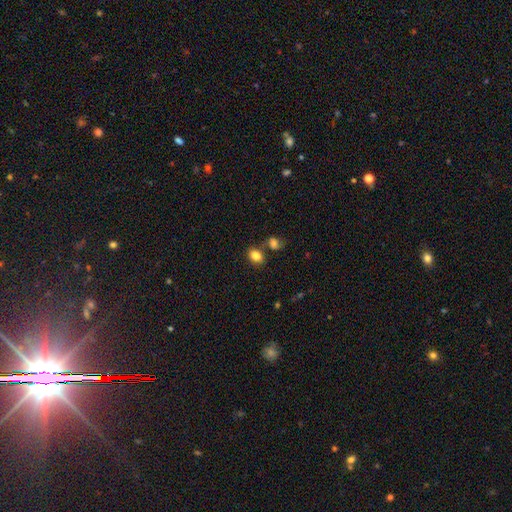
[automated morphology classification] A smooth galaxy with no disk features (83%) that is in between round and cigar-shaped (69%).

Vote fractions:
- Smooth or featured? smooth: 83% / star or artifact: 10% / featured or disk: 7%
- How rounded? in between: 69% / round: 30% / cigar-shaped: 1%
- Merging? none: 64% / merger: 20% / minor disturbance: 12% / major disturbance: 4%